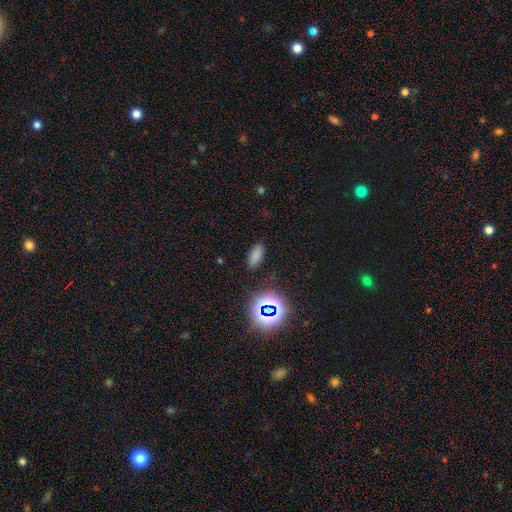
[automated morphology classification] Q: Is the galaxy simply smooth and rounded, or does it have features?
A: smooth — 73%.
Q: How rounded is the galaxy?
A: in between — 86%.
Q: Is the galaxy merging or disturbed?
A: none — 85%.